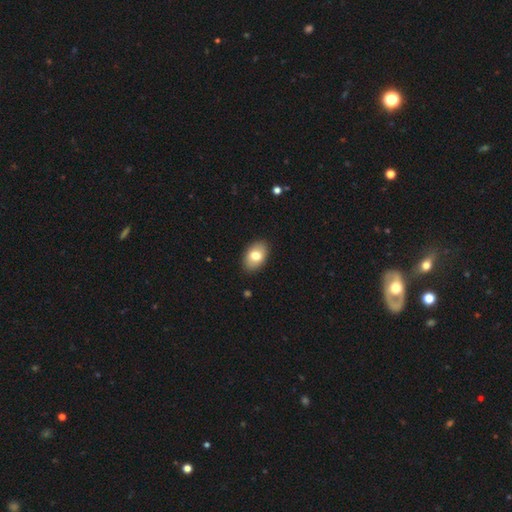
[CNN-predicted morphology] A smooth galaxy with no disk features (77%) that is in between round and cigar-shaped (89%). Merging: none (89%).